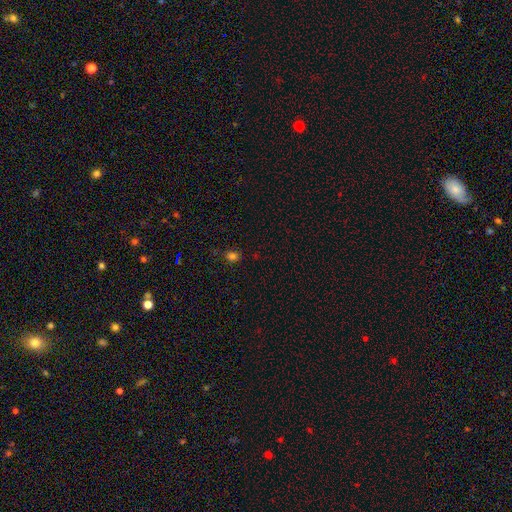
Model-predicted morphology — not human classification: smooth-or-featured: smooth: 68% | star or artifact: 27% | featured or disk: 5%
  how-rounded: round: 71% | in between: 28% | cigar-shaped: 1%
  merging: none: 85% | minor disturbance: 10% | major disturbance: 3% | merger: 2%